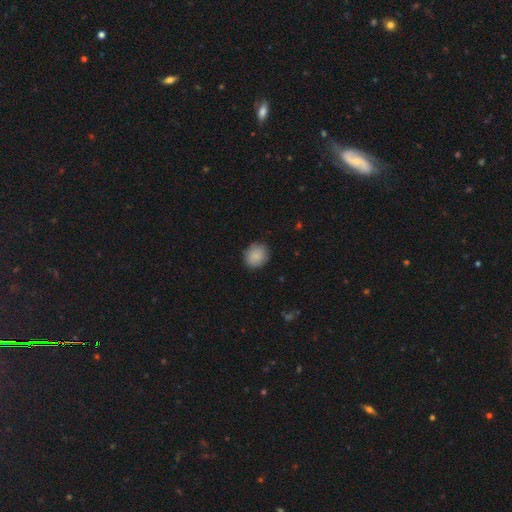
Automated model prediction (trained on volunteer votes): Q: Smooth or featured?
A: smooth (88%); runner-up: star or artifact (7%)
Q: How rounded?
A: round (72%); runner-up: in between (27%)
Q: Merging?
A: none (87%); runner-up: minor disturbance (10%)